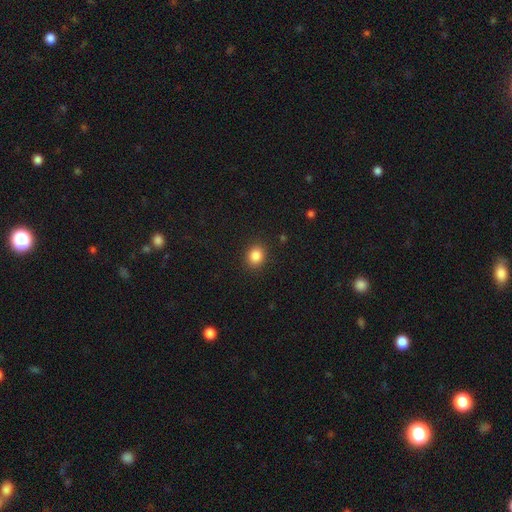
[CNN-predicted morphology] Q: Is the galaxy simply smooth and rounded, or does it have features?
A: smooth — 86%.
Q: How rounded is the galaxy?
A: round — 65%.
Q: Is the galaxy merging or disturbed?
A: none — 89%.